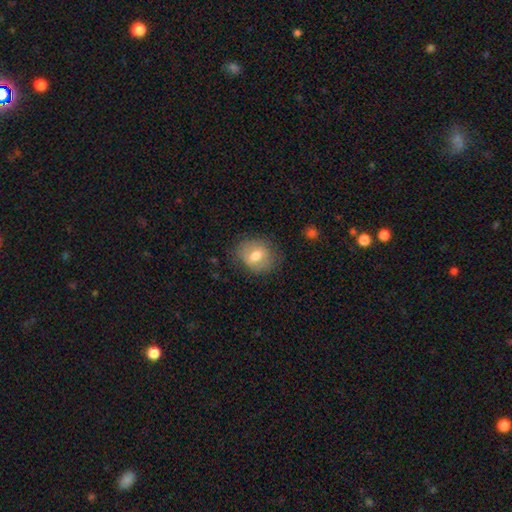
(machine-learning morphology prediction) This appears to be a smooth galaxy with no disk features (61%) that is round (56%). Merging: none (74%).